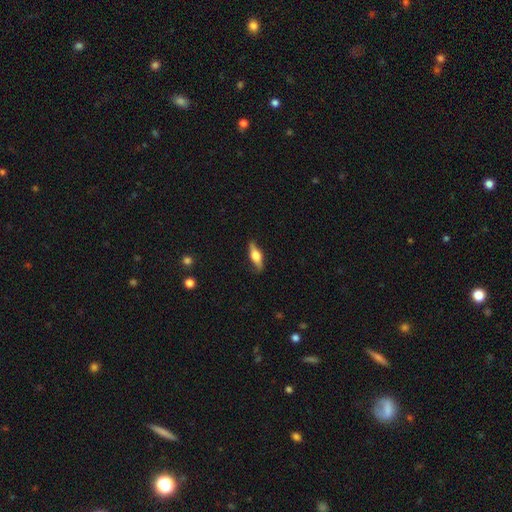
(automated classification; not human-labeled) Smooth or featured? Predicted: featured or disk (p=0.56). Edge-on disk? Predicted: yes (p=0.89). Merging? Predicted: none (p=0.81).